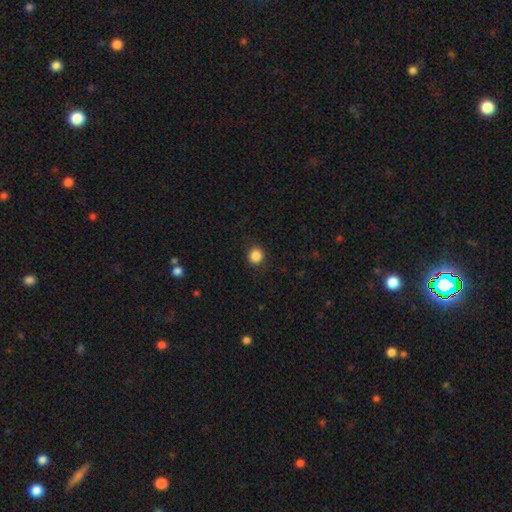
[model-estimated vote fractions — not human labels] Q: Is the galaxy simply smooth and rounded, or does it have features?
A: smooth — 87%.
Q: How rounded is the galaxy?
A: round — 90%.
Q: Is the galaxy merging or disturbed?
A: none — 90%.